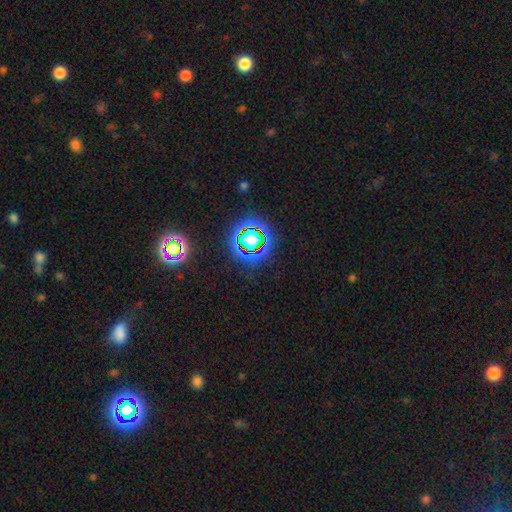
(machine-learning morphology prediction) The model was most divided on "smooth or featured": star or artifact: 77%, smooth: 15%, featured or disk: 7%.